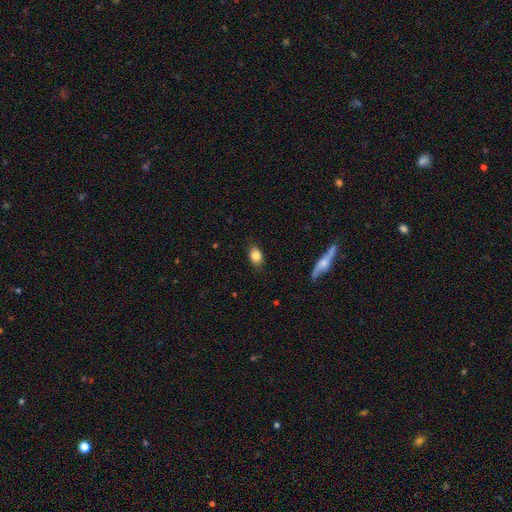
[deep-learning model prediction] A smooth galaxy with no disk features (84%) that is in between round and cigar-shaped (78%).

Vote fractions:
- Smooth or featured? smooth: 84% / featured or disk: 8% / star or artifact: 8%
- How rounded? in between: 78% / round: 20% / cigar-shaped: 3%
- Merging? none: 83% / minor disturbance: 13% / major disturbance: 3% / merger: 1%